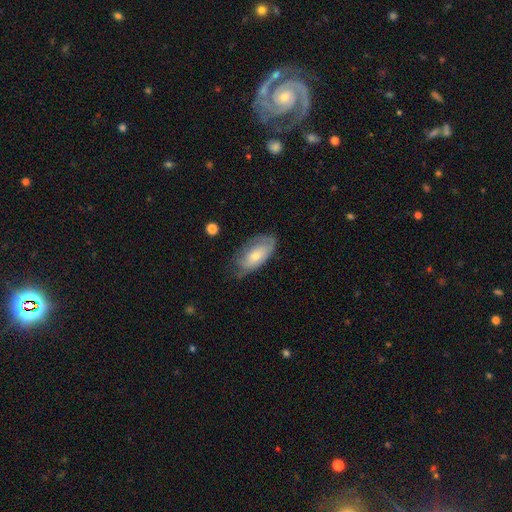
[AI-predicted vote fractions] Smooth or featured: smooth — 54% (featured or disk — 39%)
How rounded: in between — 89% (cigar-shaped — 7%)
Merging: none — 60% (minor disturbance — 29%)